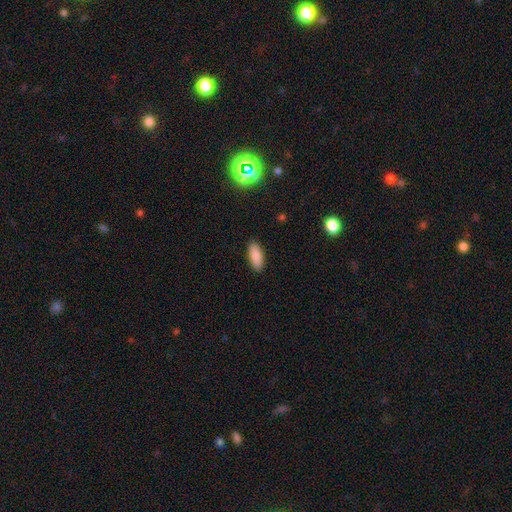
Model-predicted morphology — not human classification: This is clearly a smooth galaxy (88%). How rounded: clearly in between (81%). Merging: clearly none (89%).